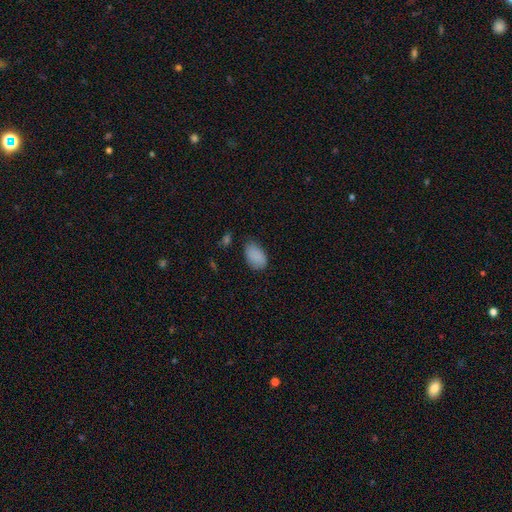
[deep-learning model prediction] smooth-or-featured: smooth: 88% | star or artifact: 8% | featured or disk: 4%
  how-rounded: in between: 92% | round: 7% | cigar-shaped: 1%
  merging: none: 72% | minor disturbance: 22% | major disturbance: 4% | merger: 2%